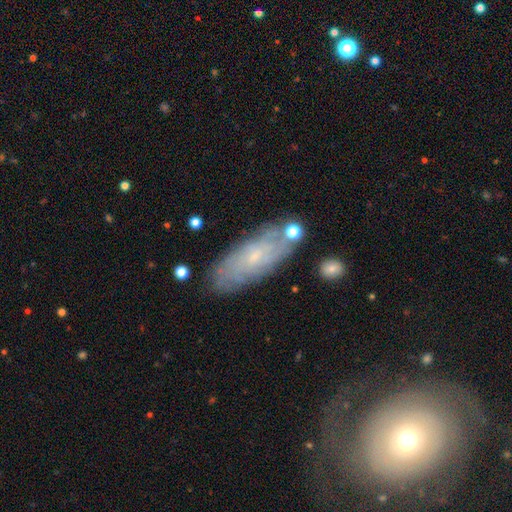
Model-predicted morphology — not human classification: Q: Smooth or featured?
A: featured or disk (51%); runner-up: smooth (41%)
Q: Edge-on disk?
A: no (82%); runner-up: yes (18%)
Q: Merging?
A: none (76%); runner-up: minor disturbance (16%)